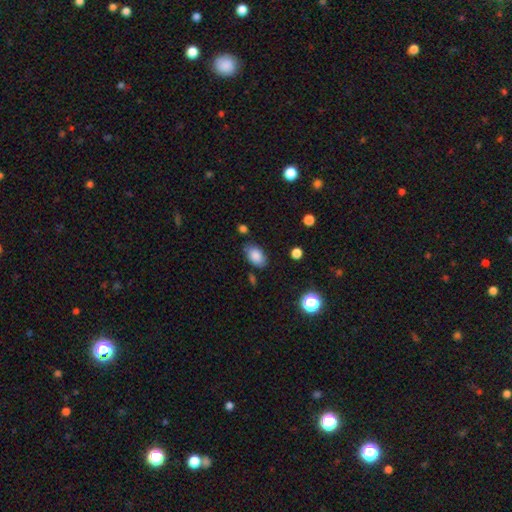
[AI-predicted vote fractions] Smooth or featured? smooth (85%)
How rounded? in between (89%)
Merging? none (75%)